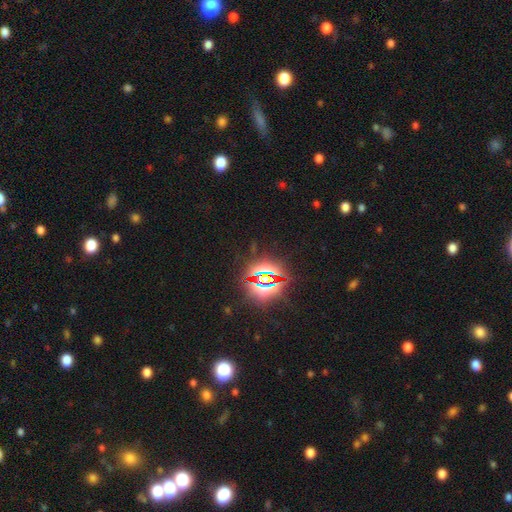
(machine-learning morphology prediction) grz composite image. It shows a star or artifact, not a galaxy (80%).